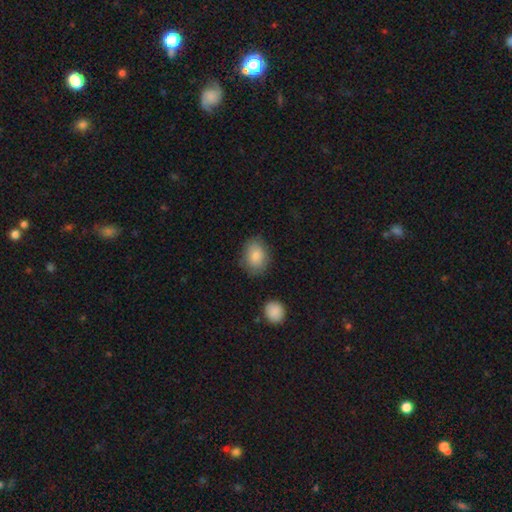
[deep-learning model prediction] The model was most divided on "how rounded": in between: 70%, round: 29%, cigar-shaped: 1%. More confident: smooth or featured — smooth (86%); merging — none (76%).